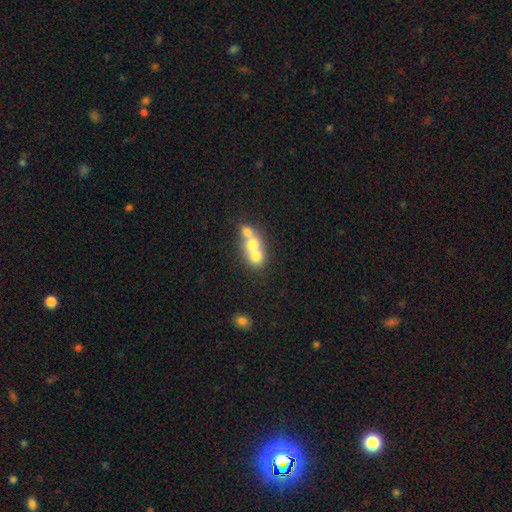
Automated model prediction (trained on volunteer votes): The model was most divided on "how rounded": round: 66%, in between: 33%, cigar-shaped: 2%. More confident: merging — merger (72%); smooth or featured — smooth (63%).